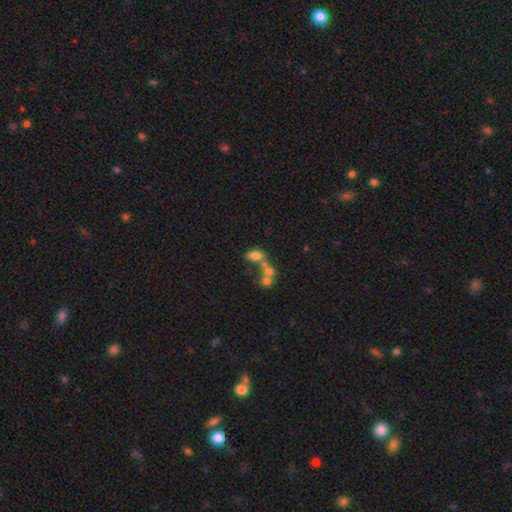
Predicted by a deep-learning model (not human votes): Morphology: type=smooth (68%); roundness=in between (80%); merging=merger (54%).